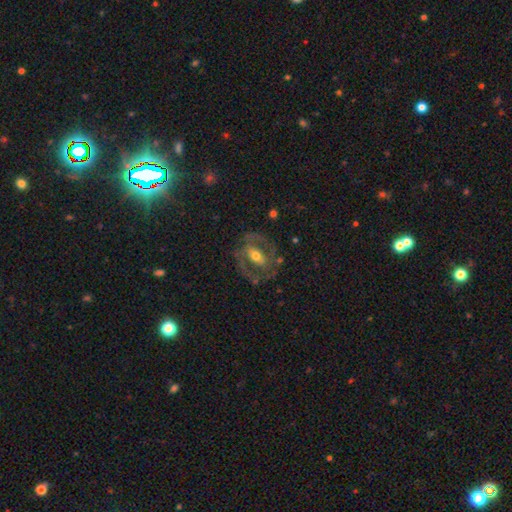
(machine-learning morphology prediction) The model was most divided on "bar": strong: 37%, weak: 34%, no: 29%. More confident: edge-on disk — no (94%); smooth or featured — featured or disk (74%); bulge size — moderate (68%); merging — none (66%); spiral arms — yes (63%).